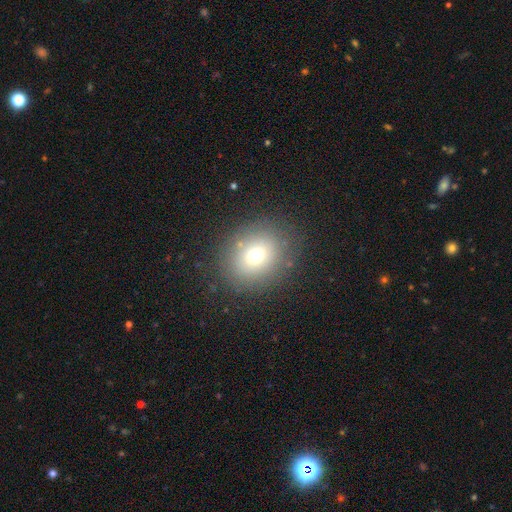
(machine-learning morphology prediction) Q: Smooth or featured?
A: smooth (69%); runner-up: star or artifact (16%)
Q: How rounded?
A: round (67%); runner-up: in between (32%)
Q: Merging?
A: none (83%); runner-up: minor disturbance (10%)